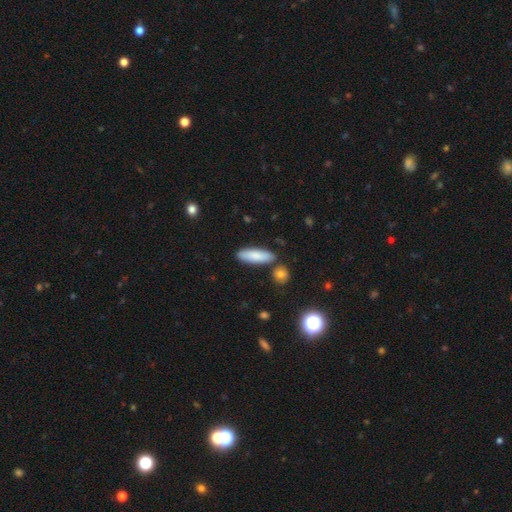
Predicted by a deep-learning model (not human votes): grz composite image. It shows a smooth galaxy with no disk features (84%) that is in between round and cigar-shaped (51%). Merging: none (82%).